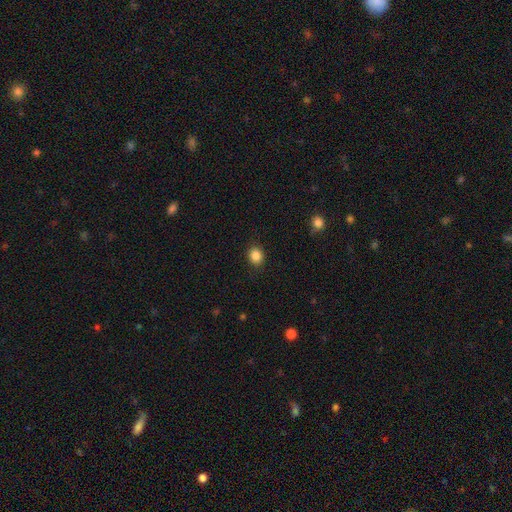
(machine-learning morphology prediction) A smooth galaxy with no disk features (86%) that is round (62%). Merging: none (88%).